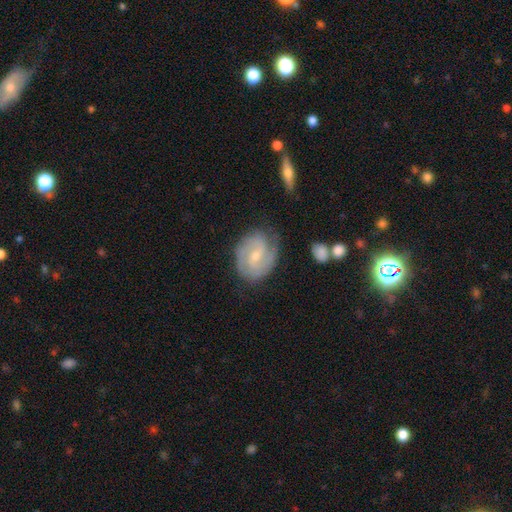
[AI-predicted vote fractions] This is likely a featured or disk galaxy (78%). It is clearly not viewed edge-on (97%). Bar: possibly weak (52%). Spiral arm pattern: clearly yes (94%). Spiral arm count: possibly 2 (59%). Spiral winding: possibly tight (49%). Central bulge: likely small (62%). Merging: likely none (71%).